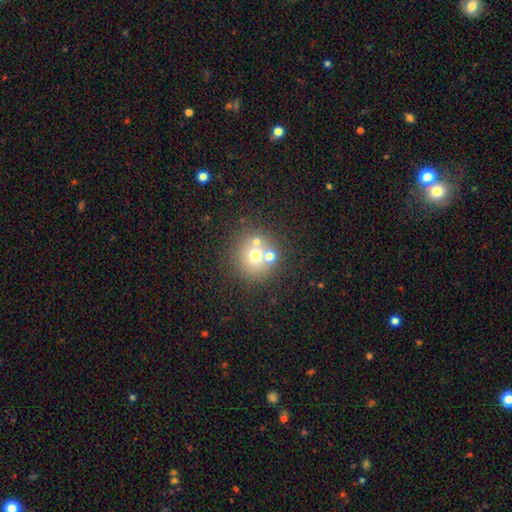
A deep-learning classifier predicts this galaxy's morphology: This is likely a smooth galaxy (62%). How rounded: clearly round (90%). Merging: possibly none (59%).